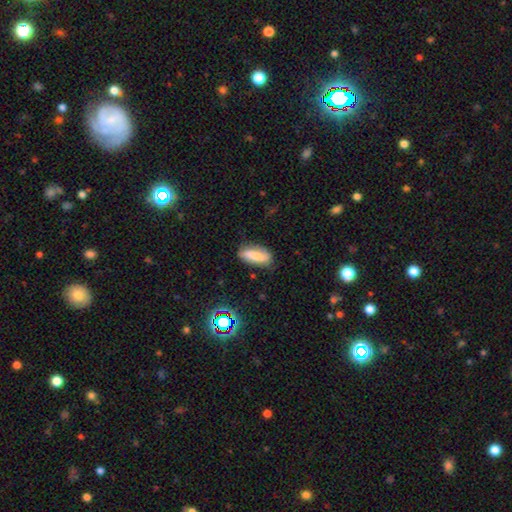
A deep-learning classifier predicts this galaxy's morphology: type=smooth (59%); roundness=in between (76%); merging=none (76%).